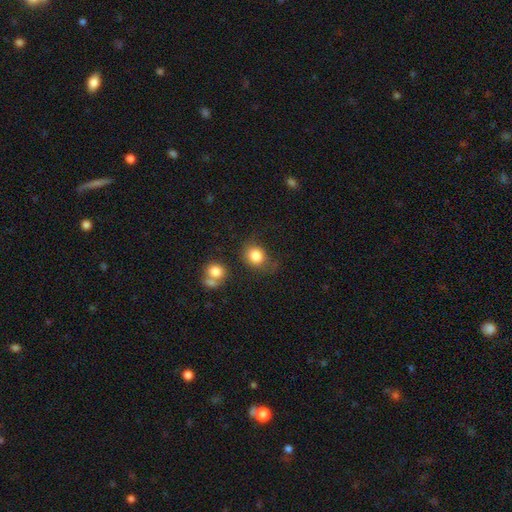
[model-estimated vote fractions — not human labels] Smooth or featured? smooth (83%)
How rounded? round (72%)
Merging? none (62%)